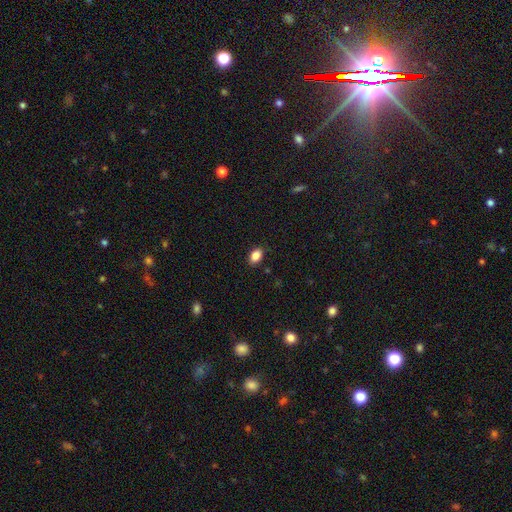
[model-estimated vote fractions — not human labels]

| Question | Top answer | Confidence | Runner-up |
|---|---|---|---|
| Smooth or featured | smooth | 87% | star or artifact (9%) |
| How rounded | in between | 86% | round (13%) |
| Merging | none | 87% | minor disturbance (9%) |